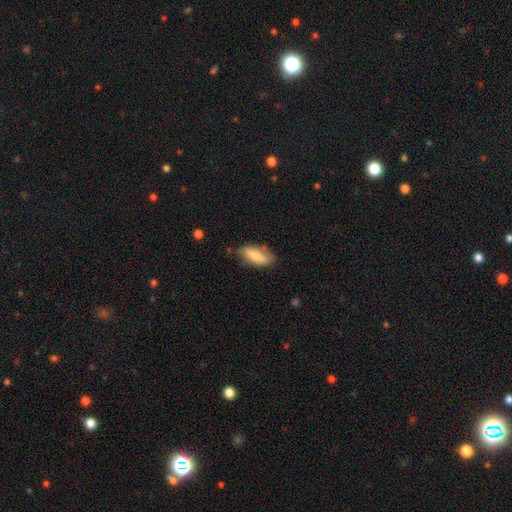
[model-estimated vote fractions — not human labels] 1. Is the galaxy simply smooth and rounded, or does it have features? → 76% smooth, 18% featured or disk, 6% star or artifact.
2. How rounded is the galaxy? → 74% in between, 24% cigar-shaped, 2% round.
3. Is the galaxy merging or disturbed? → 74% none, 19% minor disturbance, 4% major disturbance, 2% merger.